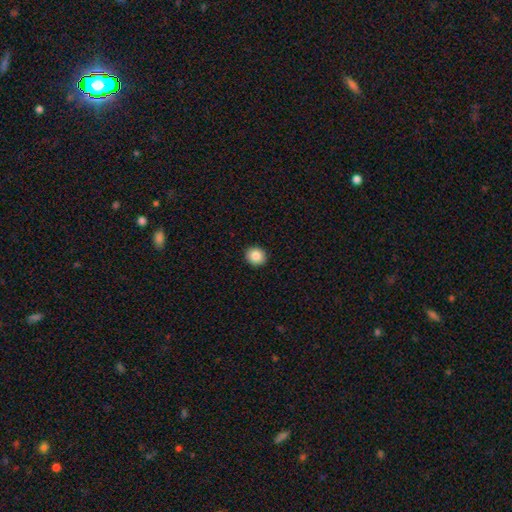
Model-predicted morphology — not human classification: Q: Smooth or featured?
A: smooth (86%); runner-up: star or artifact (9%)
Q: How rounded?
A: round (80%); runner-up: in between (20%)
Q: Merging?
A: none (92%); runner-up: minor disturbance (5%)